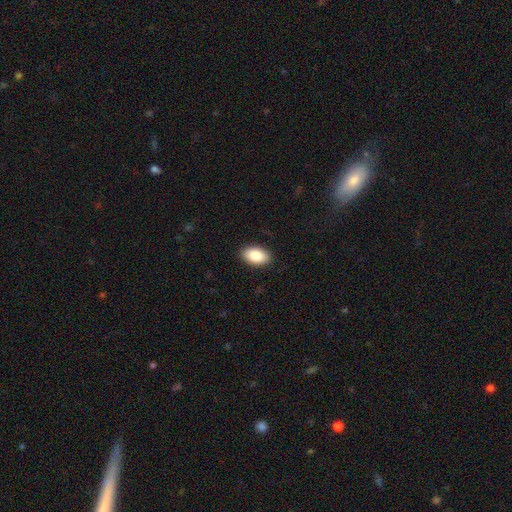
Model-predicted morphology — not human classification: smooth 87%, star or artifact 7%, featured or disk 6%. Down the decision tree: how rounded — in between (93%); merging — none (90%).